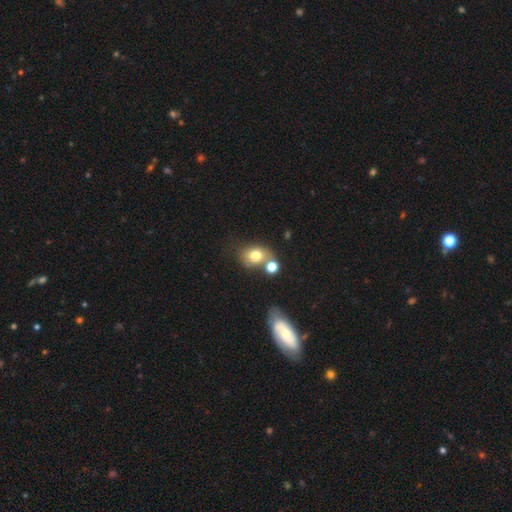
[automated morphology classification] Smooth or featured?
  - smooth: 74% *
  - featured or disk: 15%
  - star or artifact: 11%
How rounded?
  - in between: 52% *
  - round: 47%
  - cigar-shaped: 1%
Merging?
  - none: 44% *
  - merger: 31%
  - minor disturbance: 16%
  - major disturbance: 8%